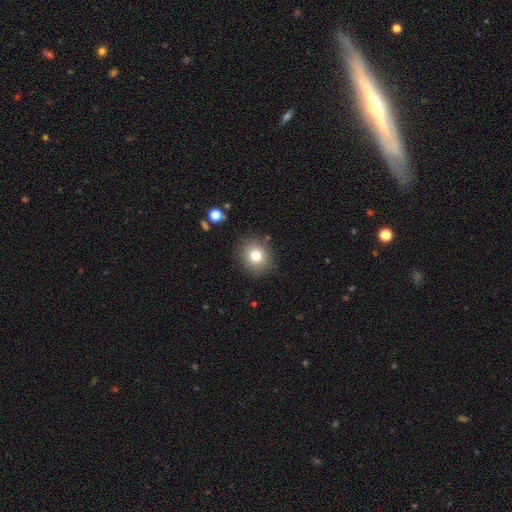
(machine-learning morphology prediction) Smooth or featured? Predicted: smooth (p=0.77). How rounded? Predicted: round (p=0.76). Merging? Predicted: none (p=0.86).